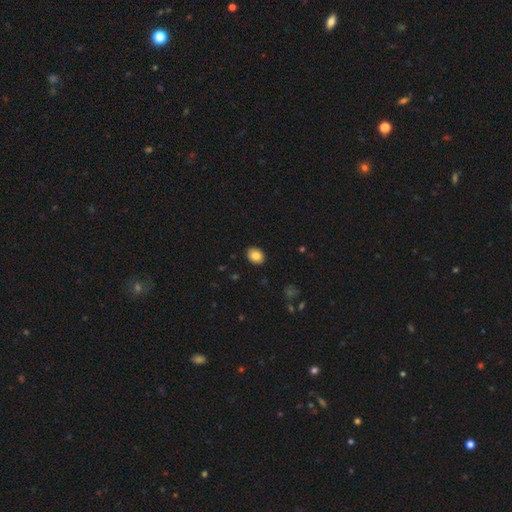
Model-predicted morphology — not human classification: The model was most divided on "how rounded": in between: 59%, round: 40%, cigar-shaped: 1%. More confident: merging — none (90%); smooth or featured — smooth (82%).